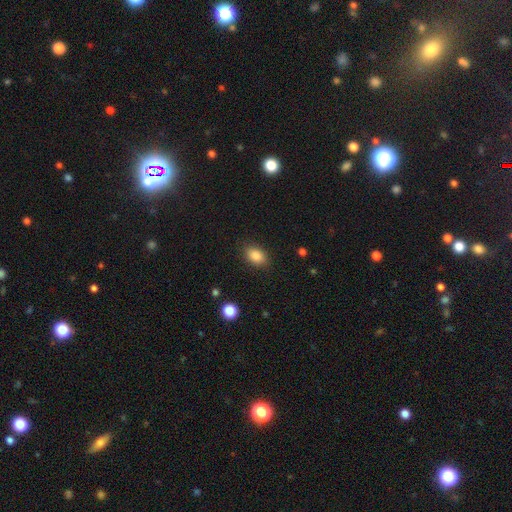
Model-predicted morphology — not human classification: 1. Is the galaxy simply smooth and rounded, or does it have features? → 86% smooth, 9% star or artifact, 5% featured or disk.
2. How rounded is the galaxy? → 81% in between, 17% round, 1% cigar-shaped.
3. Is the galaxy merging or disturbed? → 86% none, 10% minor disturbance, 3% major disturbance, 1% merger.